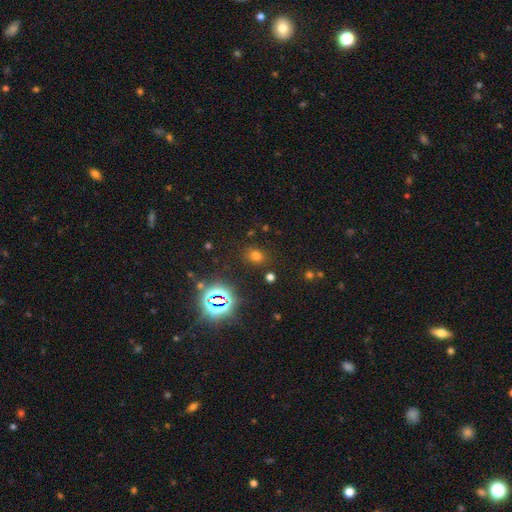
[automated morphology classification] smooth-or-featured: smooth: 61% | star or artifact: 32% | featured or disk: 7%
  how-rounded: in between: 51% | round: 47% | cigar-shaped: 1%
  merging: none: 81% | minor disturbance: 11% | major disturbance: 4% | merger: 4%